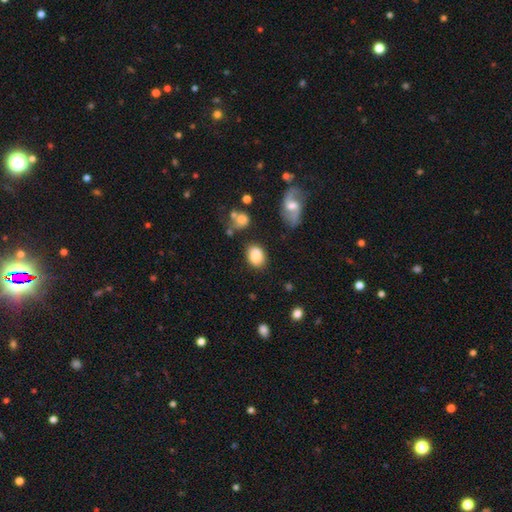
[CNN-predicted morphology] The model was most divided on "how rounded": in between: 70%, round: 29%, cigar-shaped: 1%. More confident: smooth or featured — smooth (84%); merging — none (77%).